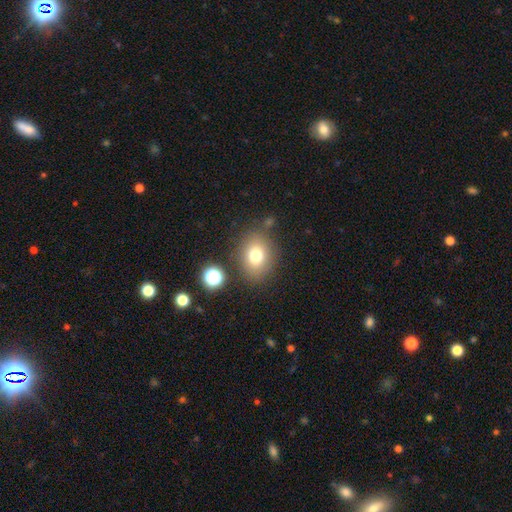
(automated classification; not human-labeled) This is likely a smooth galaxy (76%). How rounded: possibly round (51%). Merging: likely none (78%).